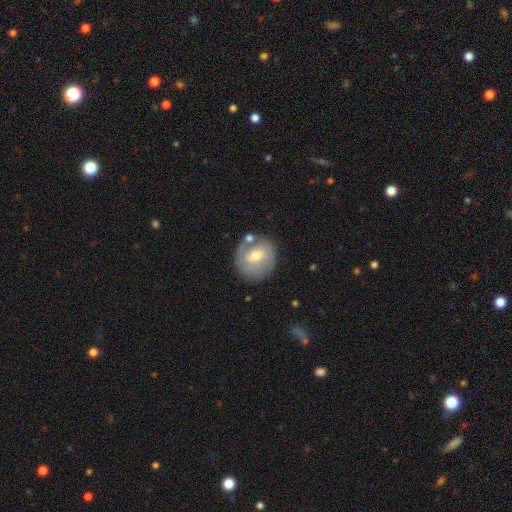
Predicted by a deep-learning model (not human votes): This appears to be a featured or disk galaxy (51%). Merging: none (66%).